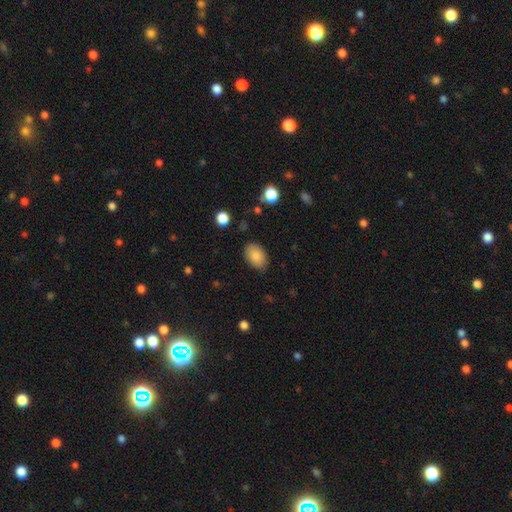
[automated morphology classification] Smooth or featured? Predicted: smooth (p=0.87). How rounded? Predicted: in between (p=0.89). Merging? Predicted: none (p=0.83).